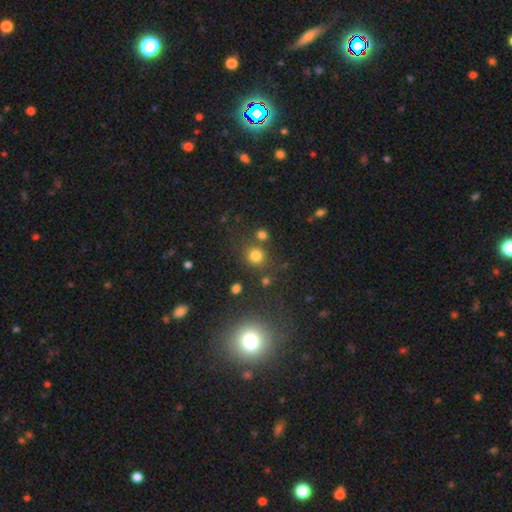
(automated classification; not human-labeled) Smooth or featured? Predicted: smooth (p=0.76). How rounded? Predicted: round (p=0.88). Merging? Predicted: none (p=0.74).